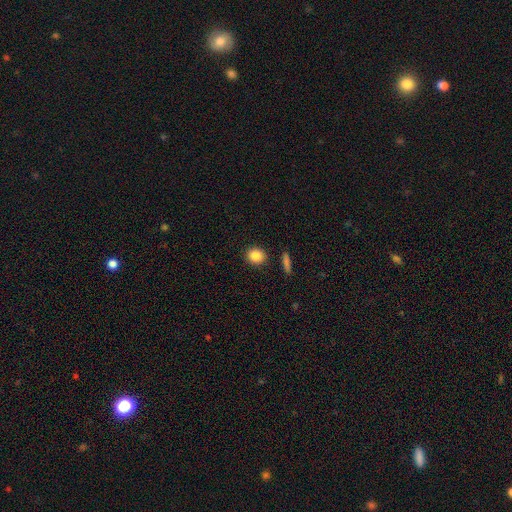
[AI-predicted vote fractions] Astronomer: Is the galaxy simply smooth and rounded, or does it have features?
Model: smooth — 86%.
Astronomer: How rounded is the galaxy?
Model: round — 76%.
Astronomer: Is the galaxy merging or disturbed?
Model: none — 89%.